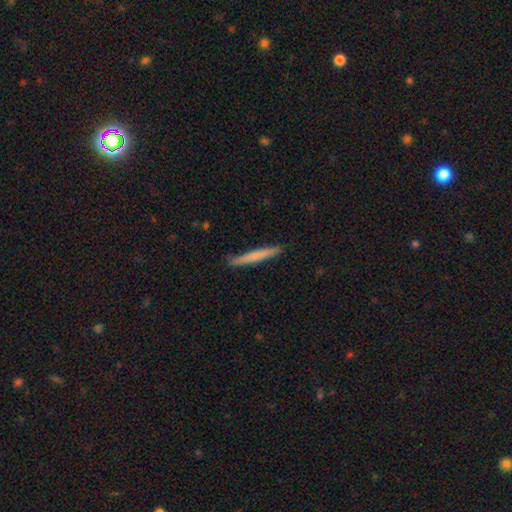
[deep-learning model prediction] This appears to be a smooth galaxy with no disk features (64%) that is cigar-shaped (97%). Merging: none (88%).